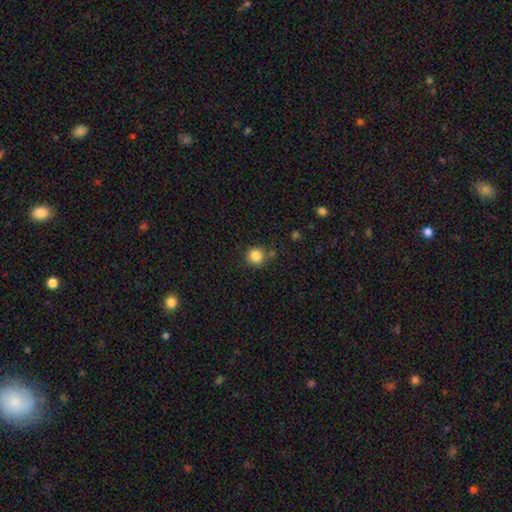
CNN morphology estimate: Smooth or featured: smooth — 85% (star or artifact — 10%)
How rounded: round — 90% (in between — 9%)
Merging: none — 80% (minor disturbance — 11%)